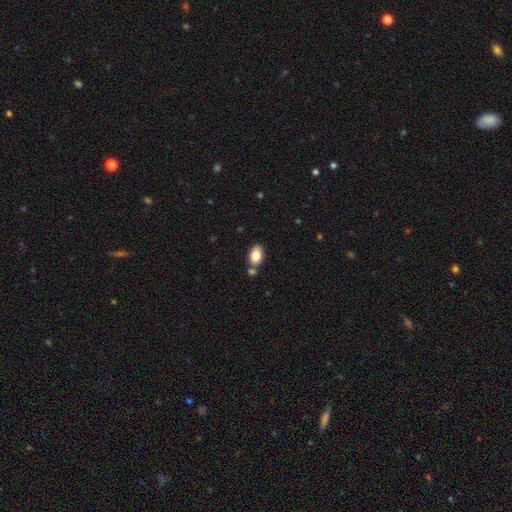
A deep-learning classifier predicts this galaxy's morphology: smooth_or_featured: smooth (p=0.83) [alt: featured or disk p=0.10]
how_rounded: in between (p=0.88) [alt: round p=0.10]
merging: none (p=0.70) [alt: merger p=0.15]